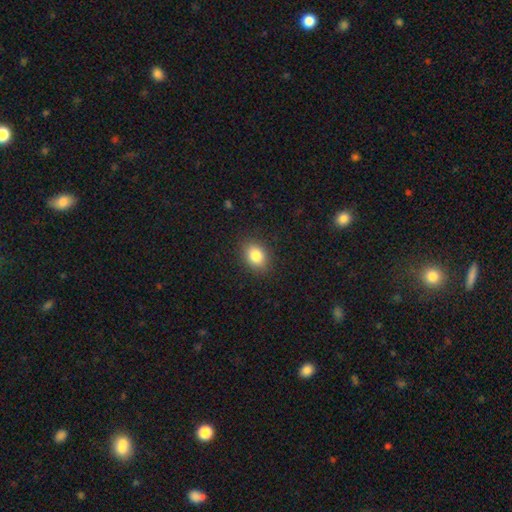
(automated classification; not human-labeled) The model was most divided on "how rounded": in between: 65%, round: 34%, cigar-shaped: 1%. More confident: merging — none (88%); smooth or featured — smooth (84%).